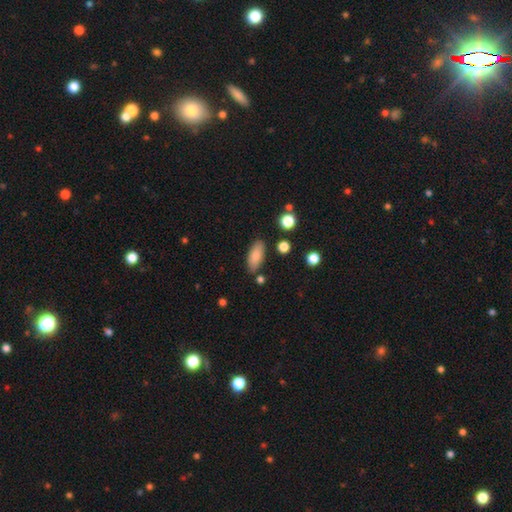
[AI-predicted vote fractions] Smooth or featured? smooth (83%)
How rounded? in between (80%)
Merging? none (82%)